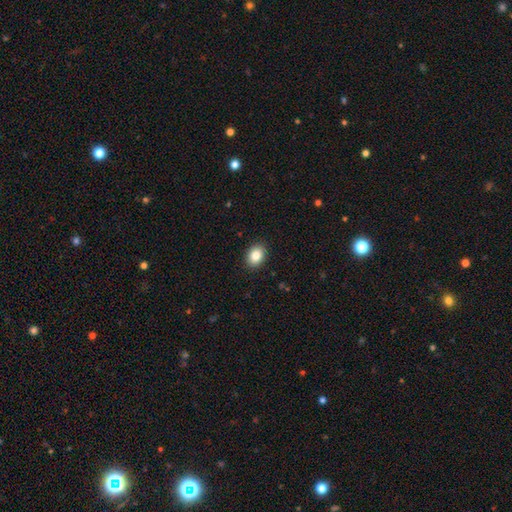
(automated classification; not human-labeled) A smooth galaxy with no disk features (85%) that is in between round and cigar-shaped (69%).

Vote fractions:
- Smooth or featured? smooth: 85% / star or artifact: 8% / featured or disk: 7%
- How rounded? in between: 69% / round: 30% / cigar-shaped: 1%
- Merging? none: 90% / minor disturbance: 8% / major disturbance: 2% / merger: 1%